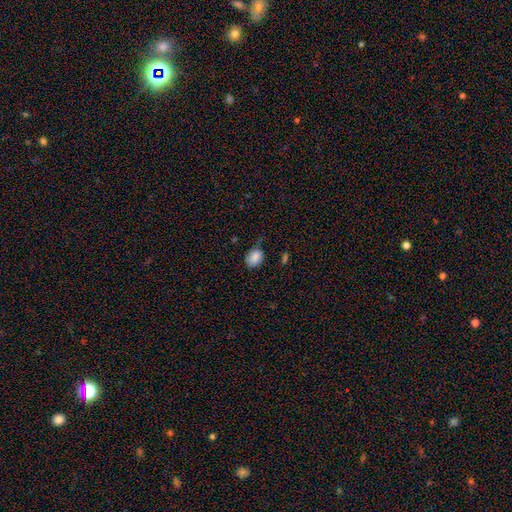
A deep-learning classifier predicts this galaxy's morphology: smooth-or-featured: smooth: 86% | star or artifact: 8% | featured or disk: 6%
  how-rounded: in between: 66% | round: 33% | cigar-shaped: 1%
  merging: none: 54% | minor disturbance: 33% | major disturbance: 10% | merger: 3%